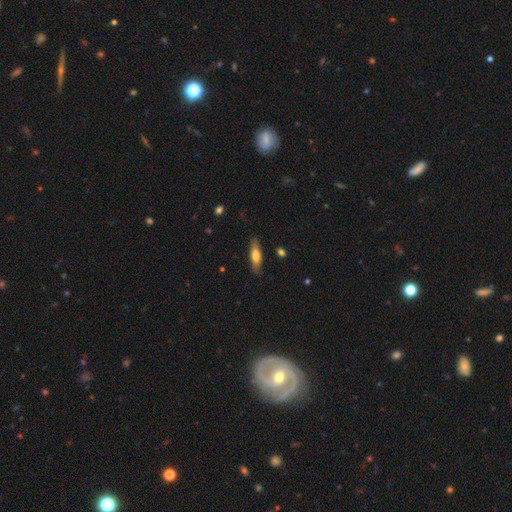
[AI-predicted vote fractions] The model was most divided on "smooth or featured": smooth: 60%, featured or disk: 34%, star or artifact: 6%. More confident: merging — none (84%); how rounded — cigar-shaped (64%).